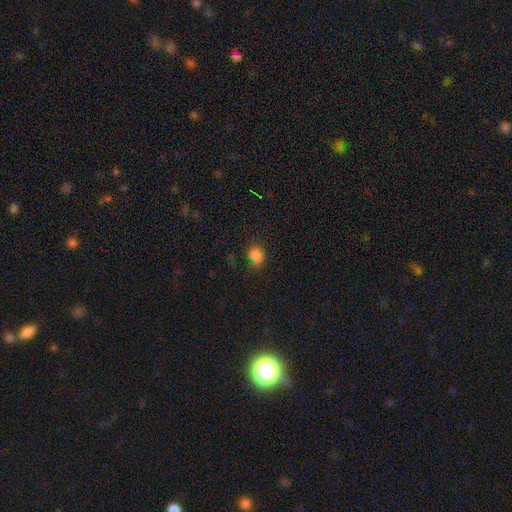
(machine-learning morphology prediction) A smooth galaxy with no disk features (81%) that is round (64%).

Vote fractions:
- Smooth or featured? smooth: 81% / star or artifact: 15% / featured or disk: 4%
- How rounded? round: 64% / in between: 34% / cigar-shaped: 1%
- Merging? none: 76% / minor disturbance: 16% / major disturbance: 5% / merger: 2%